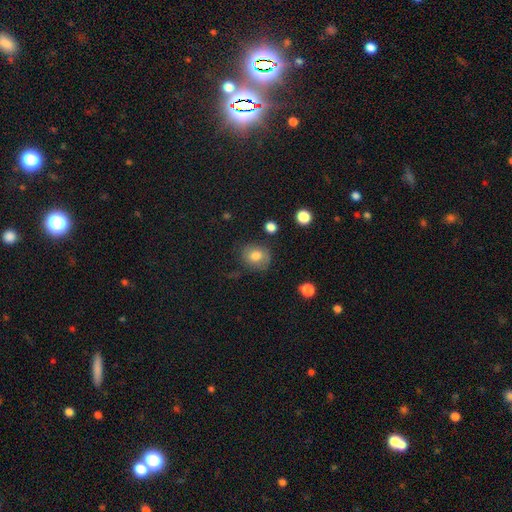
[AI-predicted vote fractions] Smooth or featured?
  - smooth: 77% *
  - featured or disk: 14%
  - star or artifact: 10%
How rounded?
  - round: 64% *
  - in between: 35%
  - cigar-shaped: 1%
Merging?
  - none: 71% *
  - minor disturbance: 19%
  - major disturbance: 7%
  - merger: 2%